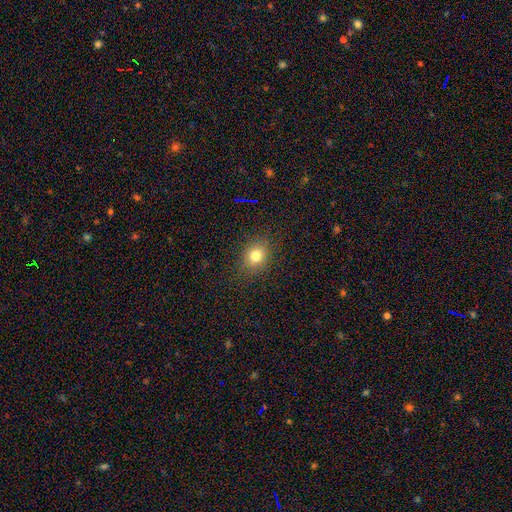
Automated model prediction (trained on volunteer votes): A smooth galaxy with no disk features (78%) that is round (56%). Merging: none (85%).